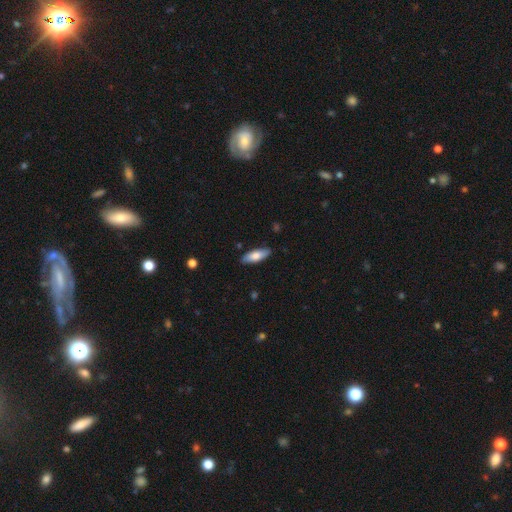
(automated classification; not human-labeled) The model was most divided on "how rounded": in between: 65%, cigar-shaped: 33%, round: 2%. More confident: merging — none (86%); smooth or featured — smooth (74%).